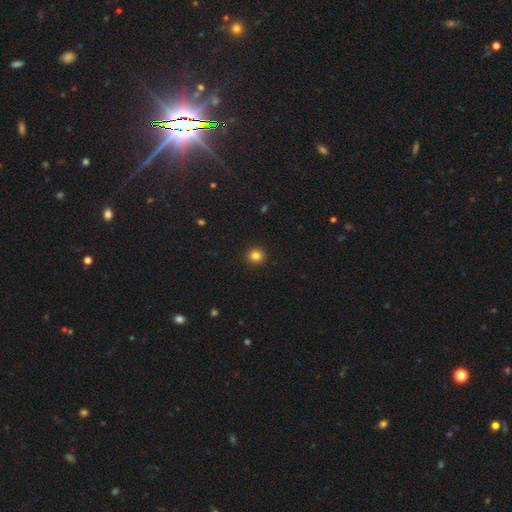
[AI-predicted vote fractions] This is clearly a smooth galaxy (83%). How rounded: clearly round (90%). Merging: clearly none (92%).